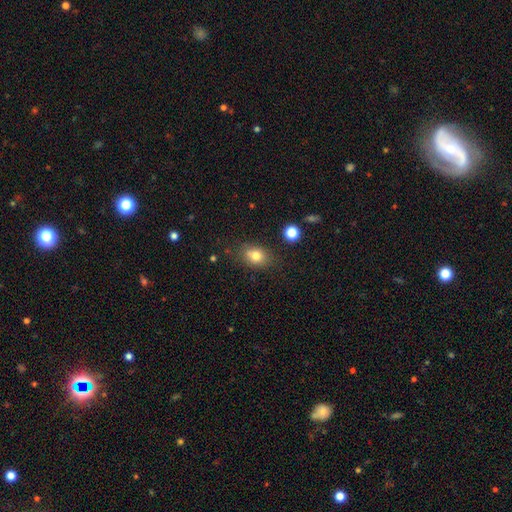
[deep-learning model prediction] Smooth or featured: smooth — 79% (star or artifact — 11%)
How rounded: in between — 65% (round — 33%)
Merging: none — 74% (minor disturbance — 17%)